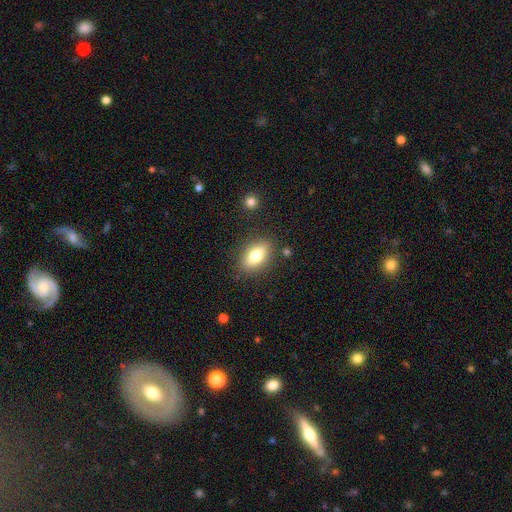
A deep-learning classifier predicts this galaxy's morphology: smooth-or-featured: smooth: 74% | featured or disk: 18% | star or artifact: 8%
  how-rounded: in between: 84% | cigar-shaped: 8% | round: 8%
  merging: none: 84% | minor disturbance: 11% | major disturbance: 3% | merger: 2%